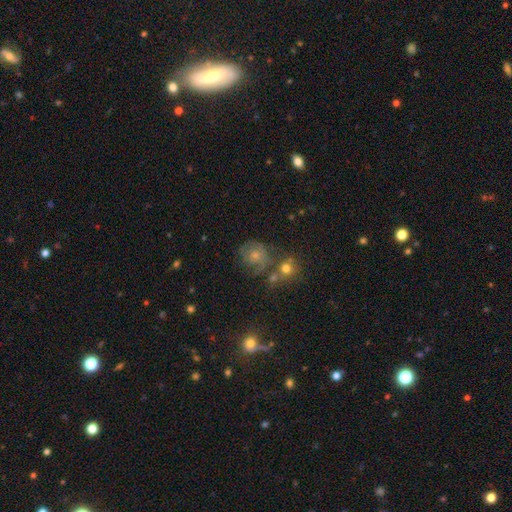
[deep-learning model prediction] Morphology: type=featured or disk (44%); merging=none (45%).